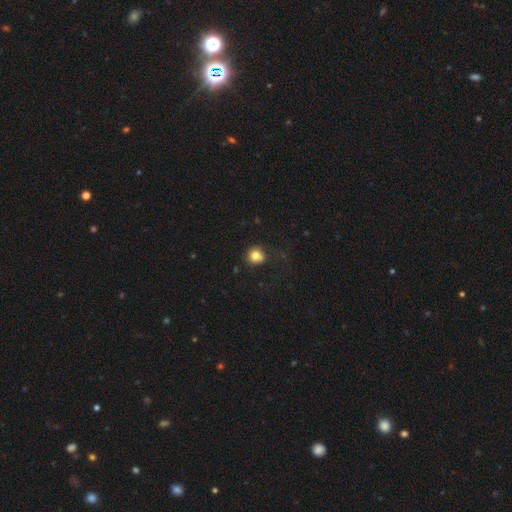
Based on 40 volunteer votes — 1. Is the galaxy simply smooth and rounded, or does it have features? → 82% smooth, 10% star or artifact, 8% featured or disk.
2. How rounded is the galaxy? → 91% round, 9% in between, 0% cigar-shaped.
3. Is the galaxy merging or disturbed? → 69% none, 19% minor disturbance, 8% merger, 3% major disturbance.